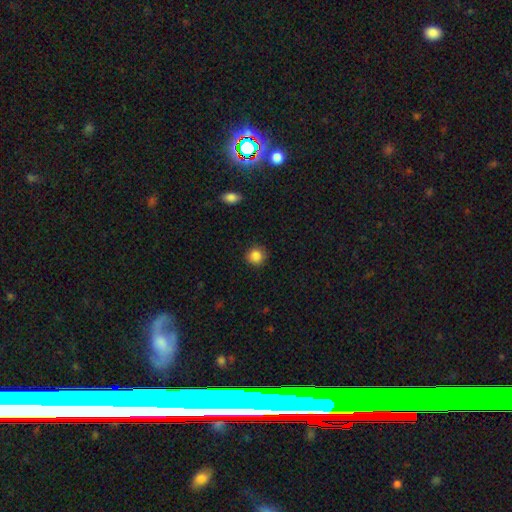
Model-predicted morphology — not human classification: A smooth galaxy with no disk features (86%) that is round (92%).

Vote fractions:
- Smooth or featured? smooth: 86% / star or artifact: 10% / featured or disk: 4%
- How rounded? round: 92% / in between: 7% / cigar-shaped: 1%
- Merging? none: 89% / minor disturbance: 8% / major disturbance: 2% / merger: 1%